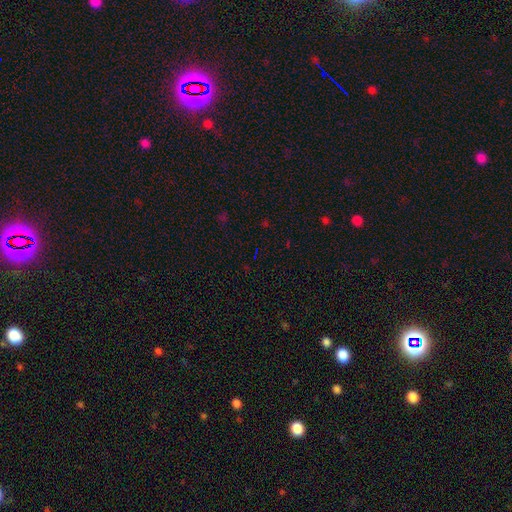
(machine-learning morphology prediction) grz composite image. It shows a star or artifact, not a galaxy (71%).